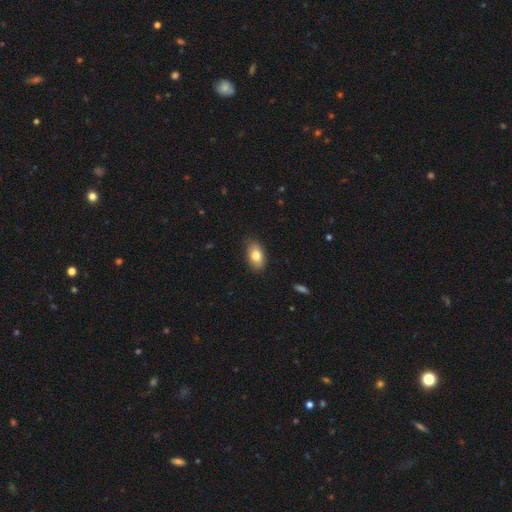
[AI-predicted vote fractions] smooth-or-featured: smooth: 79% | featured or disk: 13% | star or artifact: 8%
  how-rounded: in between: 91% | round: 6% | cigar-shaped: 3%
  merging: none: 84% | minor disturbance: 13% | major disturbance: 2% | merger: 1%